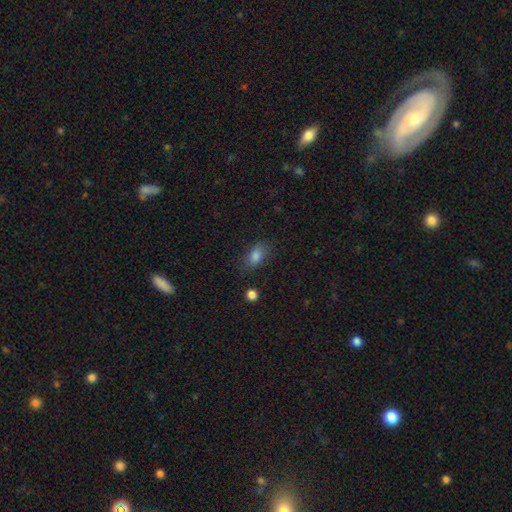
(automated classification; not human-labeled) smooth_or_featured: smooth (p=0.83) [alt: star or artifact p=0.09]
how_rounded: in between (p=0.85) [alt: round p=0.11]
merging: none (p=0.76) [alt: minor disturbance p=0.17]